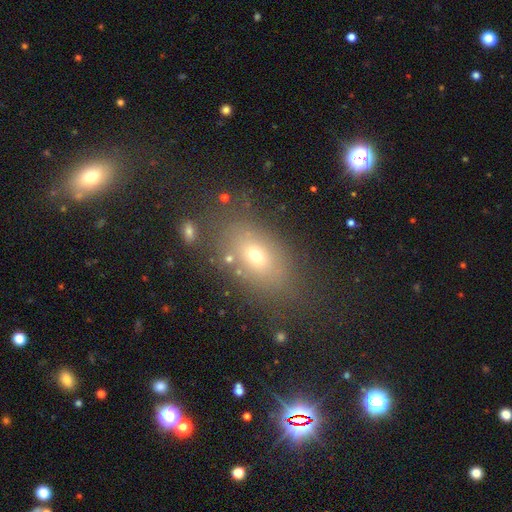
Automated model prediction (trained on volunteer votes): Q: Smooth or featured?
A: smooth (61%); runner-up: star or artifact (20%)
Q: How rounded?
A: in between (78%); runner-up: round (18%)
Q: Merging?
A: none (75%); runner-up: minor disturbance (13%)